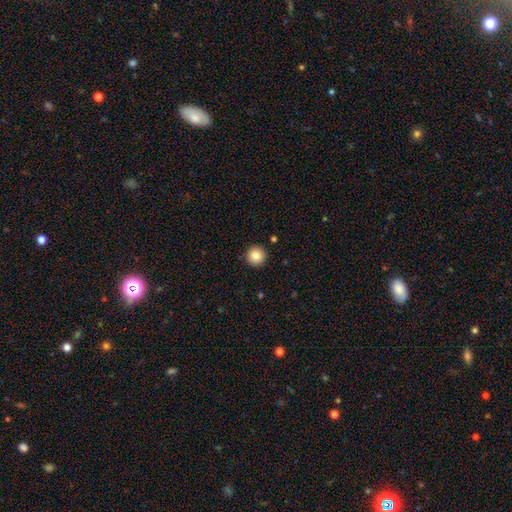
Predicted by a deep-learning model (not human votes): smooth_or_featured: smooth (p=0.85) [alt: star or artifact p=0.09]
how_rounded: round (p=0.96) [alt: in between p=0.04]
merging: none (p=0.92) [alt: minor disturbance p=0.05]